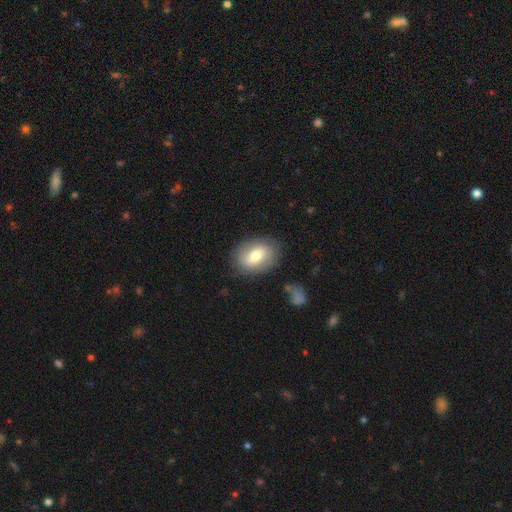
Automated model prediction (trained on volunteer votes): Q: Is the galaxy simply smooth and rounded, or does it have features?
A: smooth — 66%.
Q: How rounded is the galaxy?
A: in between — 72%.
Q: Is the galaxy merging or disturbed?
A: none — 82%.